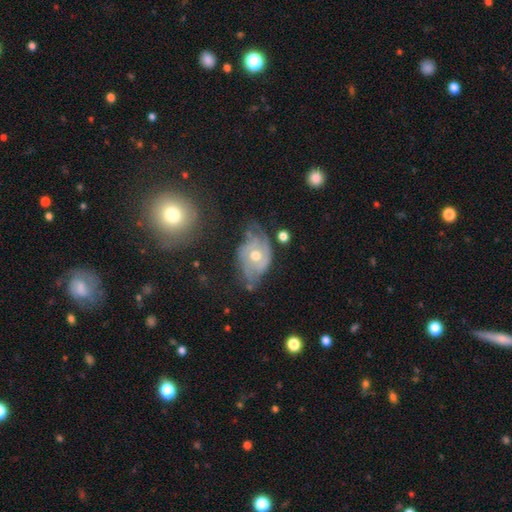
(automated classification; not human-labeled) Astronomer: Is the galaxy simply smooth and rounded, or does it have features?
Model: featured or disk — 75%.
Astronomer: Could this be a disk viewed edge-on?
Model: no — 95%.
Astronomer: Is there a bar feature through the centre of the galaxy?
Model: no — 77%.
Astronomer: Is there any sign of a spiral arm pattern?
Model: yes — 78%.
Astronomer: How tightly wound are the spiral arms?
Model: tight — 50% (runner-up: medium, 35%).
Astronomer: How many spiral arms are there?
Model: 2 — 39% (runner-up: can't tell, 34%).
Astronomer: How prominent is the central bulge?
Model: moderate — 76%.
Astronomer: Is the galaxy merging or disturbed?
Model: none — 44% (runner-up: minor disturbance, 31%).